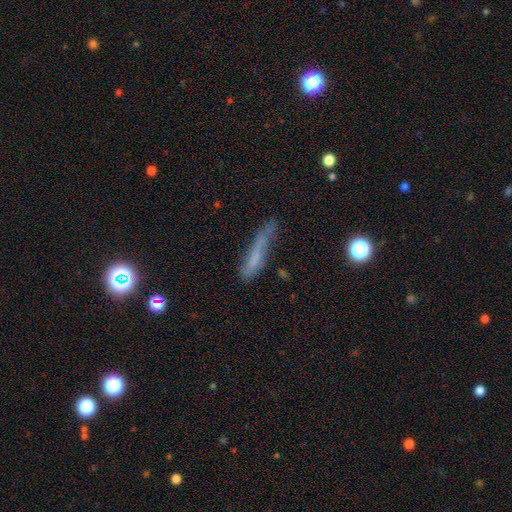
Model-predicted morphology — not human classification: Smooth or featured? smooth (57%)
How rounded? cigar-shaped (87%)
Merging? none (44%)